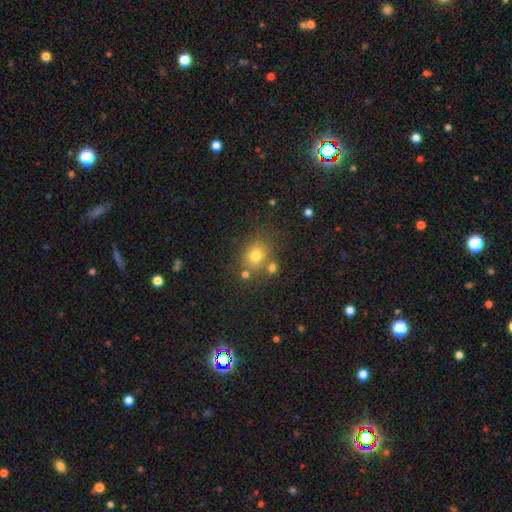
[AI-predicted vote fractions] smooth 74%, star or artifact 15%, featured or disk 11%. Down the decision tree: how rounded — round (62%); merging — none (66%).